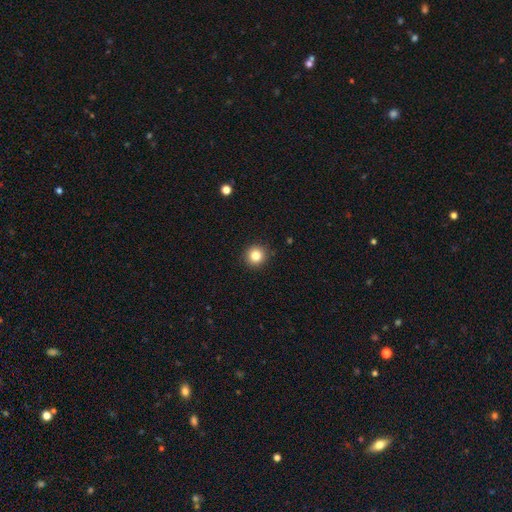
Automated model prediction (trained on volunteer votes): The model was most divided on "smooth or featured": smooth: 83%, star or artifact: 11%, featured or disk: 6%. More confident: how rounded — round (94%); merging — none (92%).